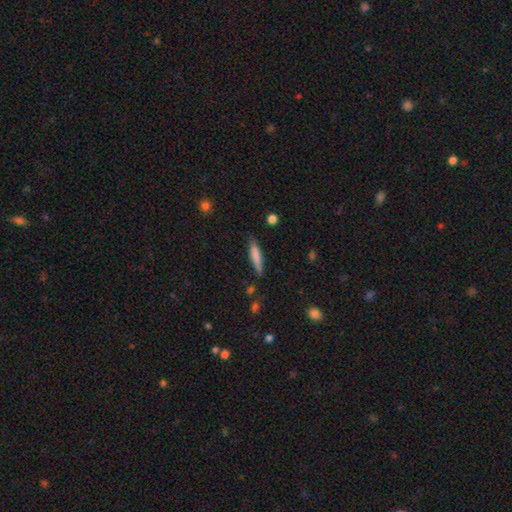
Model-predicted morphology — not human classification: Smooth or featured?
  - smooth: 75% *
  - featured or disk: 19%
  - star or artifact: 6%
How rounded?
  - cigar-shaped: 84% *
  - in between: 14%
  - round: 1%
Merging?
  - none: 80% *
  - minor disturbance: 15%
  - major disturbance: 3%
  - merger: 2%